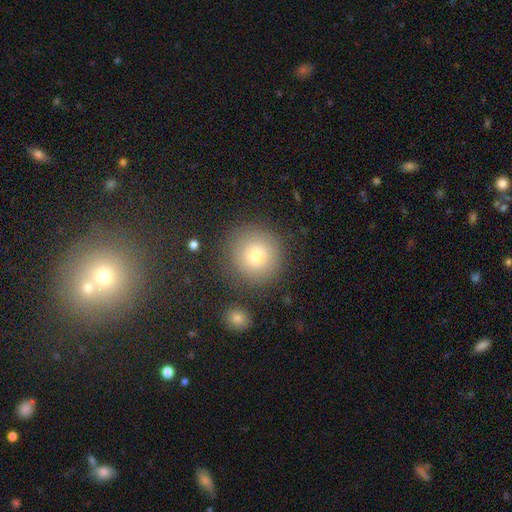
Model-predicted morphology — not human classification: This is likely a smooth galaxy (76%). How rounded: clearly round (94%). Merging: clearly none (83%).